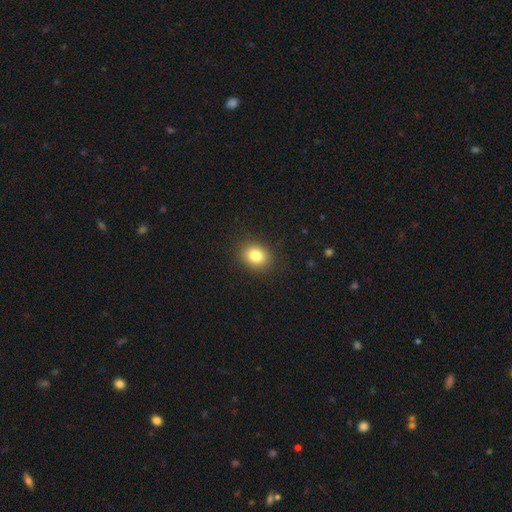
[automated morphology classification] smooth 82%, star or artifact 11%, featured or disk 7%. Down the decision tree: how rounded — round (54%); merging — none (89%).